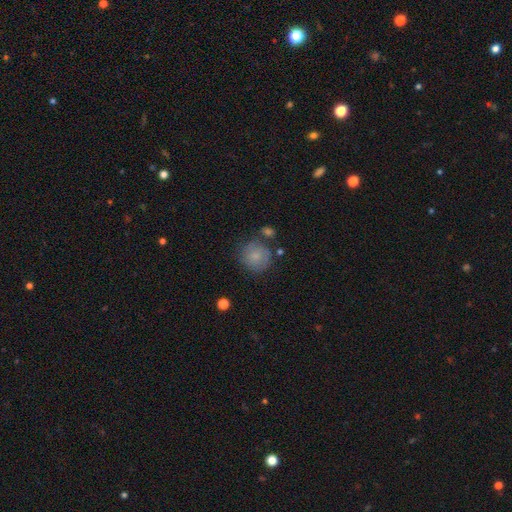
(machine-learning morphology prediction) The model was most divided on "merging": none: 68%, minor disturbance: 19%, merger: 7%, major disturbance: 6%. More confident: how rounded — round (89%); smooth or featured — smooth (75%).